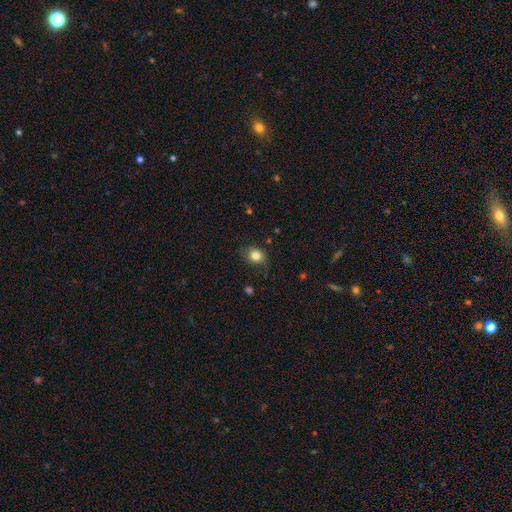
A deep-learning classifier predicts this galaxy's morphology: Overall: smooth (82%). How rounded: round (69%; in between 30%). Merging: none (73%).